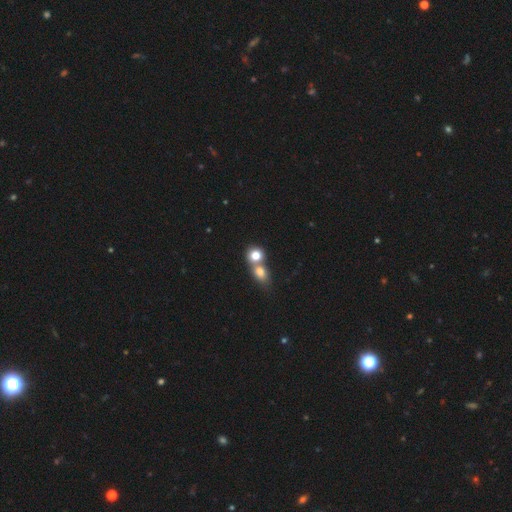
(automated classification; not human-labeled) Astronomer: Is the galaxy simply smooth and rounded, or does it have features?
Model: smooth — 77%.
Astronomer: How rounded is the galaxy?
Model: round — 74%.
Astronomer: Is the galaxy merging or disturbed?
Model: merger — 61%.